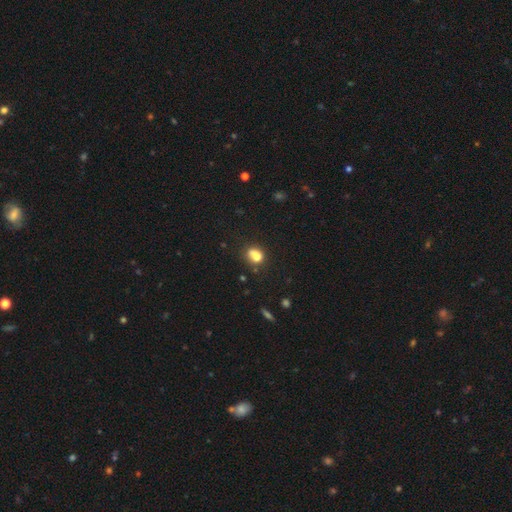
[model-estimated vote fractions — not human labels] This appears to be a smooth galaxy with no disk features (77%) that is in between round and cigar-shaped (59%). Merging: none (48%).